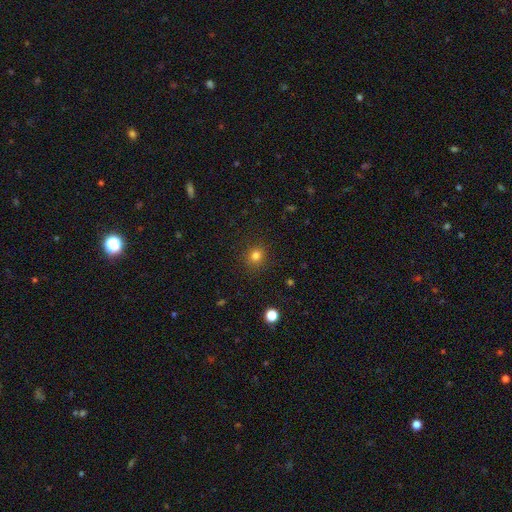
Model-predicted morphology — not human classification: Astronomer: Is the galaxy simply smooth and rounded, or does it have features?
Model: smooth — 80%.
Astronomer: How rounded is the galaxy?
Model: round — 84%.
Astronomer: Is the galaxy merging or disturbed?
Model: none — 89%.